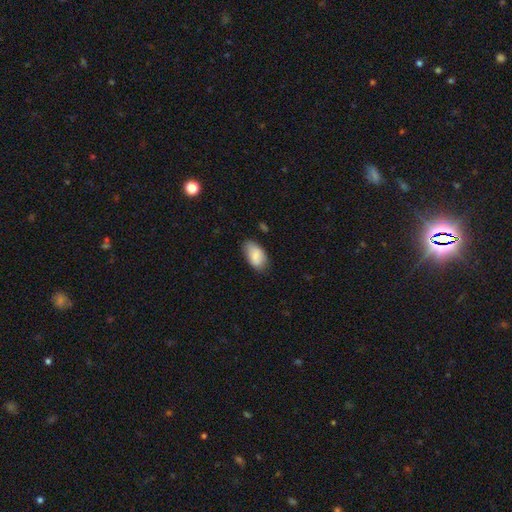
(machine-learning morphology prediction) Q: Smooth or featured?
A: smooth (85%); runner-up: featured or disk (9%)
Q: How rounded?
A: in between (93%); runner-up: round (5%)
Q: Merging?
A: none (66%); runner-up: minor disturbance (27%)